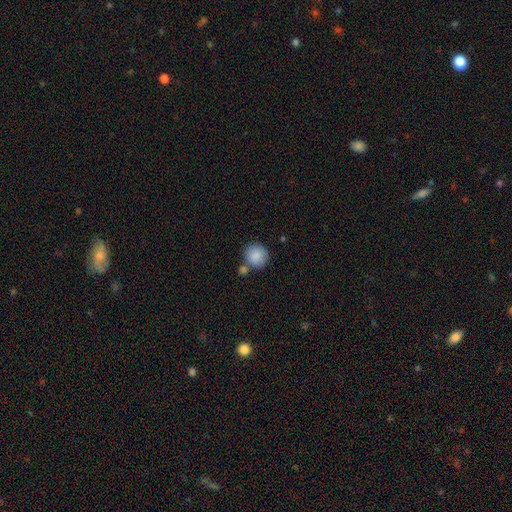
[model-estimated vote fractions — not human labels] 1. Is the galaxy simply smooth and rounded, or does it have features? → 88% smooth, 7% star or artifact, 5% featured or disk.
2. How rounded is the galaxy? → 91% round, 8% in between, 1% cigar-shaped.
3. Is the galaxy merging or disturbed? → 67% none, 18% merger, 11% minor disturbance, 3% major disturbance.